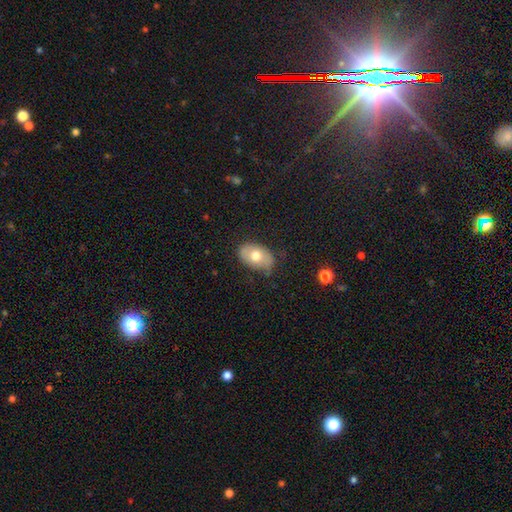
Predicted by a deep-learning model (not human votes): smooth 66%, featured or disk 27%, star or artifact 7%. Down the decision tree: how rounded — in between (88%); merging — none (72%).